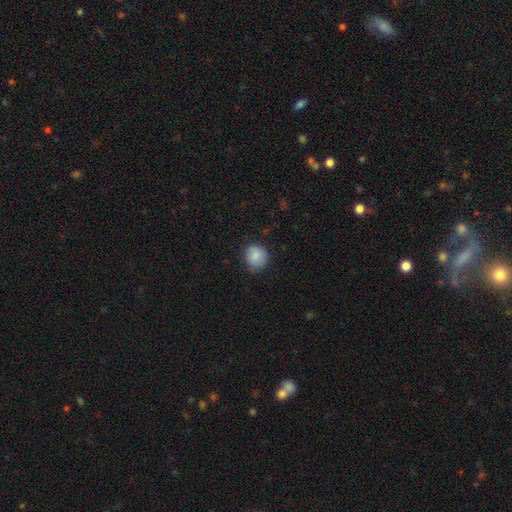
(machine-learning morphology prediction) Smooth or featured? smooth (84%)
How rounded? round (83%)
Merging? none (76%)